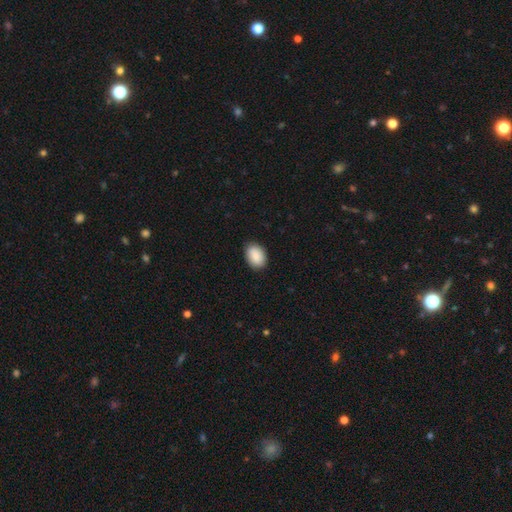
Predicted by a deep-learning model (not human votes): smooth_or_featured: smooth (p=0.89) [alt: star or artifact p=0.06]
how_rounded: in between (p=0.80) [alt: round p=0.19]
merging: none (p=0.88) [alt: minor disturbance p=0.09]